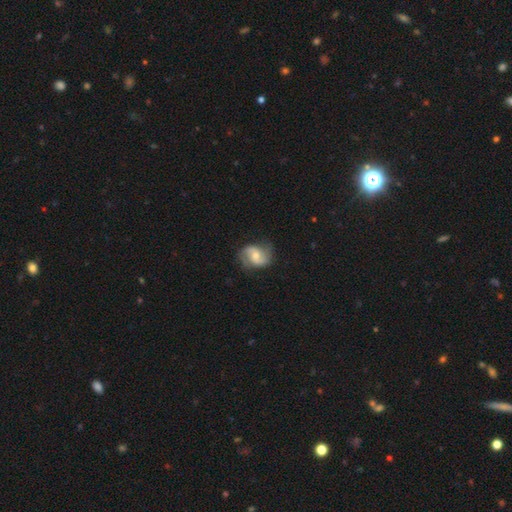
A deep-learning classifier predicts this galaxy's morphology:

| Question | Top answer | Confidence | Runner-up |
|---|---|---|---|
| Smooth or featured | featured or disk | 70% | smooth (24%) |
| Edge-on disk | no | 97% | yes (3%) |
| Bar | weak | 43% | tied: no (43%) |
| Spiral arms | yes | 91% | no (9%) |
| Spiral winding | medium | 42% | loose (41%) |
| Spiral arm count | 2 | 88% | can't tell (6%) |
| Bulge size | moderate | 57% | small (36%) |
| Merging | none | 71% | minor disturbance (20%) |